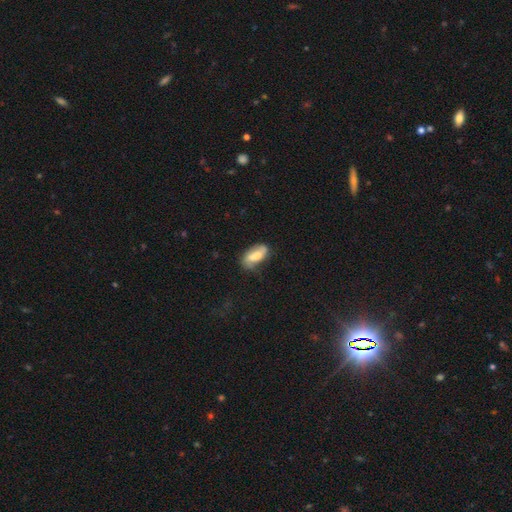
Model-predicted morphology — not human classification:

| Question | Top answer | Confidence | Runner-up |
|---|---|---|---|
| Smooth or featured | smooth | 57% | featured or disk (36%) |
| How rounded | in between | 87% | cigar-shaped (9%) |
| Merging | none | 59% | minor disturbance (28%) |